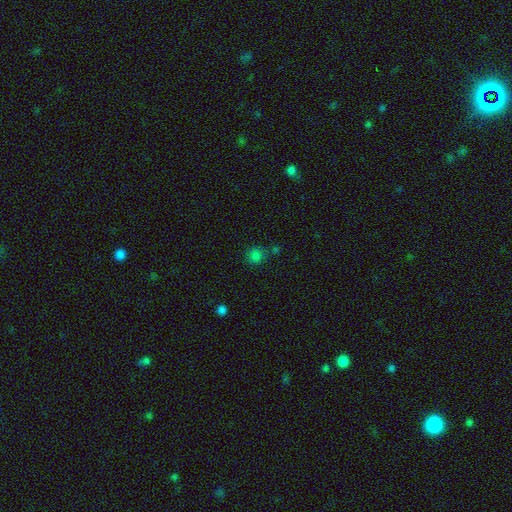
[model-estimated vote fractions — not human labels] This appears to be a smooth galaxy with no disk features (77%) that is round (86%). Merging: none (72%).